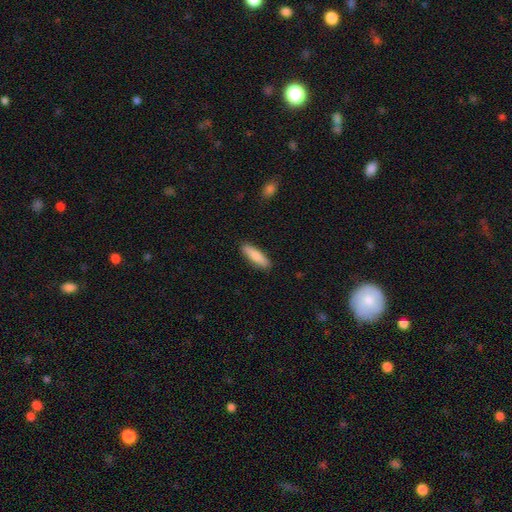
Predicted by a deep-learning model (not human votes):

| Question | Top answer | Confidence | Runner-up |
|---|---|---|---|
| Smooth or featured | smooth | 83% | featured or disk (11%) |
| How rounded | cigar-shaped | 63% | in between (35%) |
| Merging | none | 89% | minor disturbance (8%) |